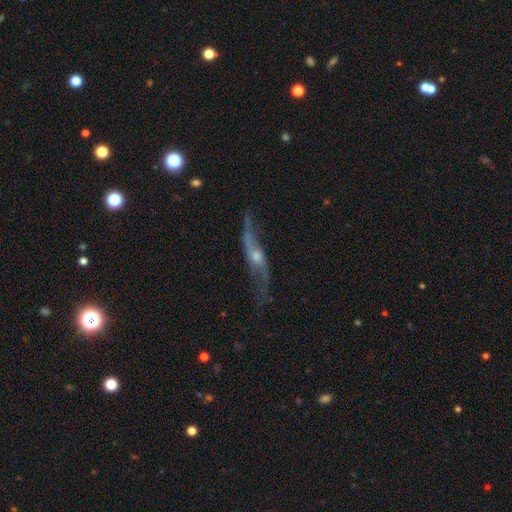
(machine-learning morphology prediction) smooth_or_featured: featured or disk (p=0.80) [alt: smooth p=0.11]
disk_edge_on: no (p=0.54) [alt: yes p=0.46]
merging: none (p=0.68) [alt: minor disturbance p=0.19]